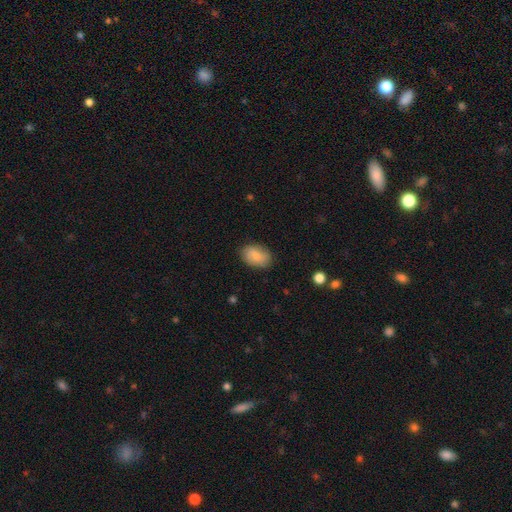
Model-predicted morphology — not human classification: This appears to be a smooth galaxy with no disk features (82%) that is in between round and cigar-shaped (85%). Merging: none (83%).